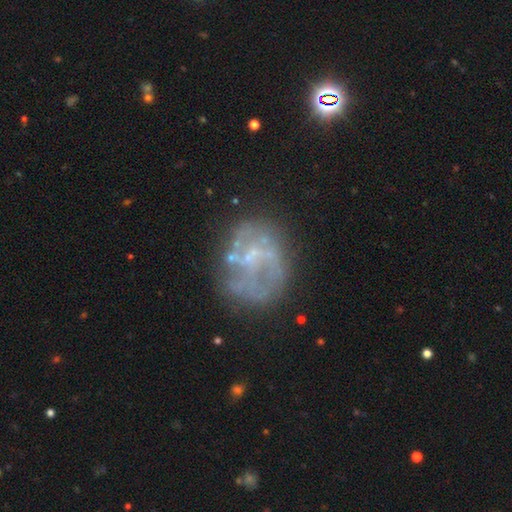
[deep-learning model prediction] smooth_or_featured: featured or disk (p=0.68) [alt: smooth p=0.19]
disk_edge_on: no (p=0.98) [alt: yes p=0.02]
bar: no (p=0.60) [alt: weak p=0.31]
has_spiral_arms: no (p=0.55) [alt: yes p=0.45]
bulge_size: none (p=0.49) [alt: small p=0.38]
merging: none (p=0.58) [alt: minor disturbance p=0.18]